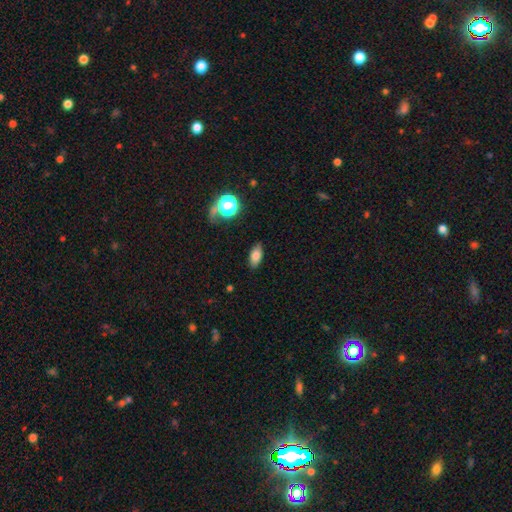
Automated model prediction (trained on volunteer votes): Morphology: type=smooth (78%); roundness=in between (86%); merging=none (85%).